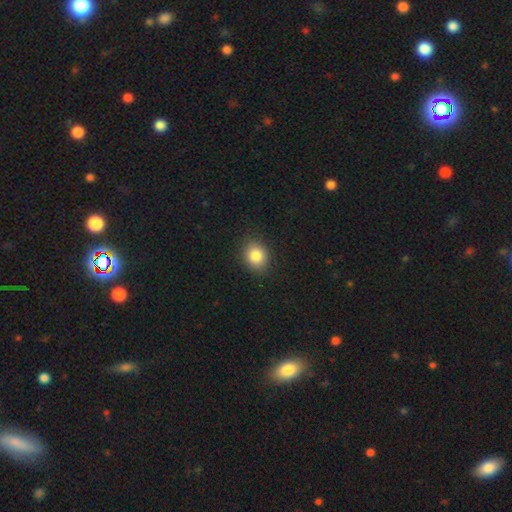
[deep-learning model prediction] Morphology: type=smooth (84%); roundness=round (58%); merging=none (86%).